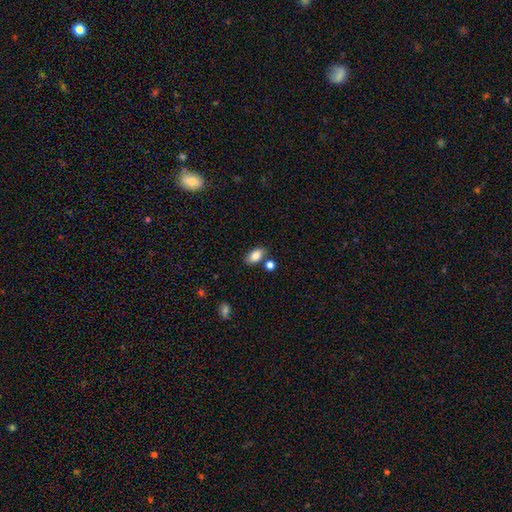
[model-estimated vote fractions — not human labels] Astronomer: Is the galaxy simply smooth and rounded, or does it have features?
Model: smooth — 85%.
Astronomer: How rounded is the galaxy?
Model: in between — 91%.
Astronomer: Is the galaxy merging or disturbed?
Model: none — 75%.